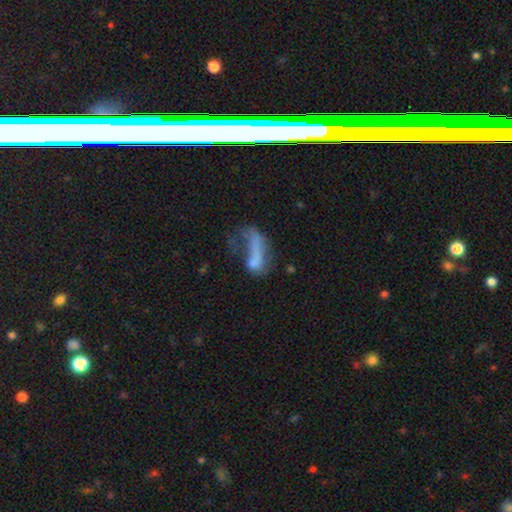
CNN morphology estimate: Smooth or featured? Predicted: smooth (p=0.51). How rounded? Predicted: in between (p=0.67). Merging? Predicted: major disturbance (p=0.53).